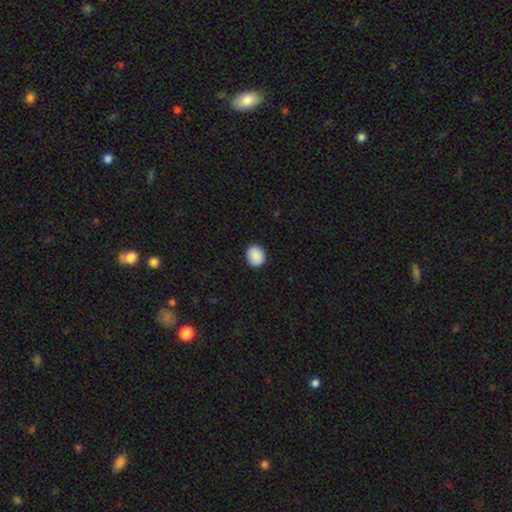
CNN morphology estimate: Smooth or featured: smooth — 90% (star or artifact — 8%)
How rounded: round — 73% (in between — 26%)
Merging: none — 90% (minor disturbance — 7%)